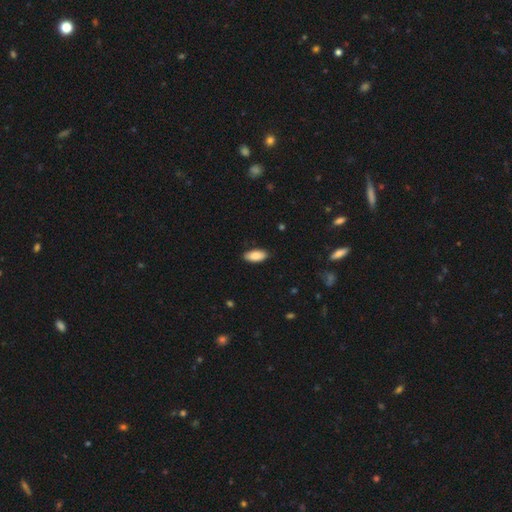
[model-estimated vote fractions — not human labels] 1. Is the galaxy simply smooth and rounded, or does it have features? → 88% smooth, 6% star or artifact, 6% featured or disk.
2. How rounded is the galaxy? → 90% in between, 8% cigar-shaped, 2% round.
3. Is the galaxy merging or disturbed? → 85% none, 12% minor disturbance, 2% major disturbance, 1% merger.